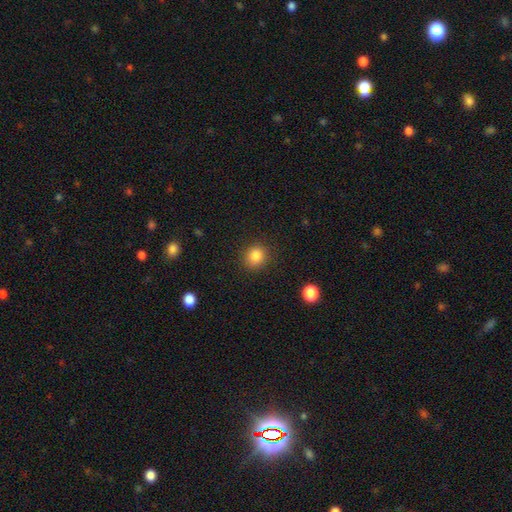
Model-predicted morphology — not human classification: type=smooth (84%); roundness=round (80%); merging=none (88%).